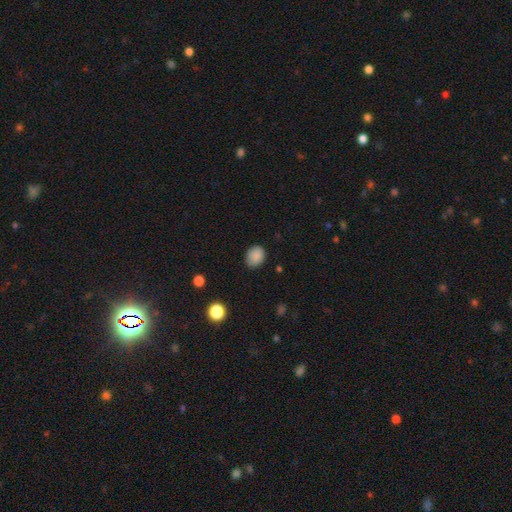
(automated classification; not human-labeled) Smooth or featured? Predicted: smooth (p=0.87). How rounded? Predicted: in between (p=0.56). Merging? Predicted: none (p=0.79).